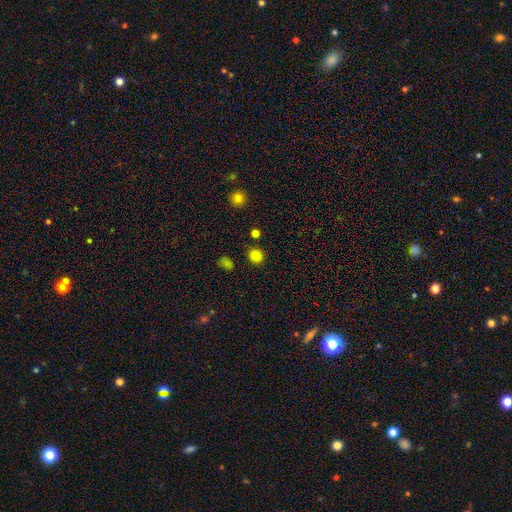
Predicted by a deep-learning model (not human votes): smooth-or-featured: smooth: 82% | star or artifact: 15% | featured or disk: 3%
  how-rounded: round: 88% | in between: 11% | cigar-shaped: 1%
  merging: none: 87% | minor disturbance: 7% | merger: 3% | major disturbance: 3%